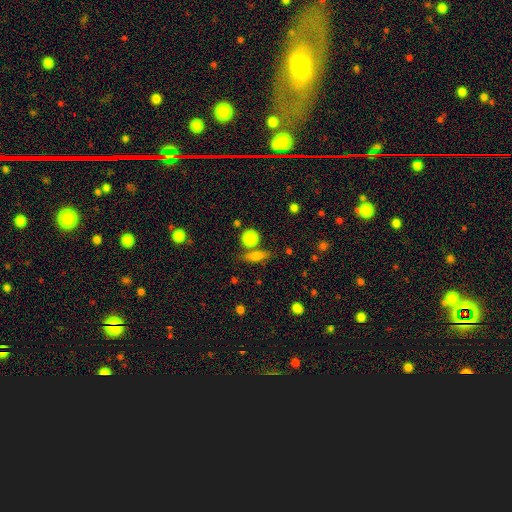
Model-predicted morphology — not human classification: Smooth or featured: smooth — 63% (featured or disk — 27%)
How rounded: cigar-shaped — 47% (in between — 38%)
Merging: none — 74% (minor disturbance — 12%)